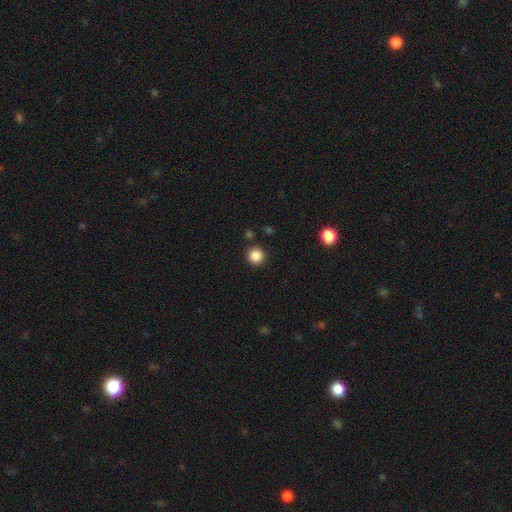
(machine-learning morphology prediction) This appears to be a smooth galaxy with no disk features (86%) that is round (95%). Merging: none (90%).